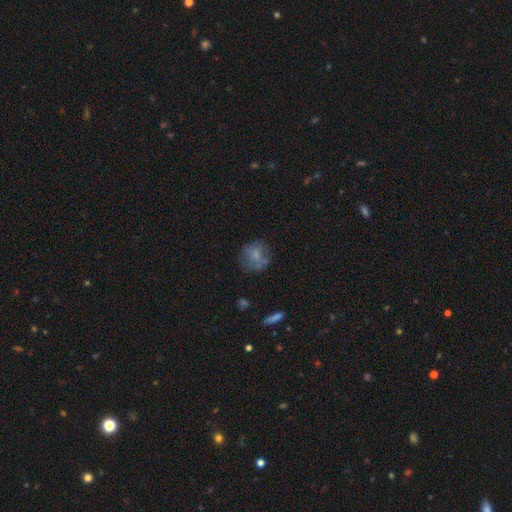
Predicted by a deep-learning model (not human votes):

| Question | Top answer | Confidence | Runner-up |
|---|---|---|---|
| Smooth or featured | smooth | 64% | featured or disk (26%) |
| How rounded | round | 81% | in between (18%) |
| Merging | none | 61% | minor disturbance (23%) |